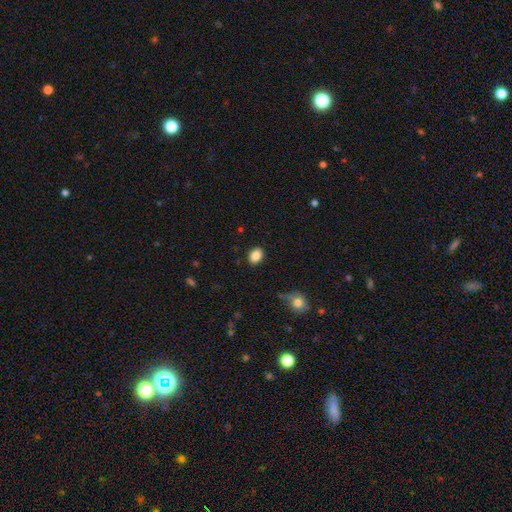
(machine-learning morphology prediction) smooth-or-featured: smooth: 87% | star or artifact: 9% | featured or disk: 5%
  how-rounded: in between: 68% | round: 31% | cigar-shaped: 1%
  merging: none: 88% | minor disturbance: 9% | major disturbance: 2% | merger: 2%